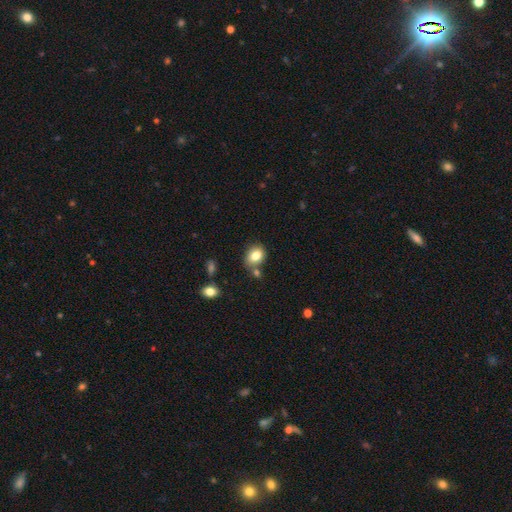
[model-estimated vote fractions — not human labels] Smooth or featured?
  - smooth: 81% *
  - featured or disk: 10%
  - star or artifact: 9%
How rounded?
  - in between: 62% *
  - round: 37%
  - cigar-shaped: 1%
Merging?
  - none: 67% *
  - minor disturbance: 15%
  - merger: 14%
  - major disturbance: 4%